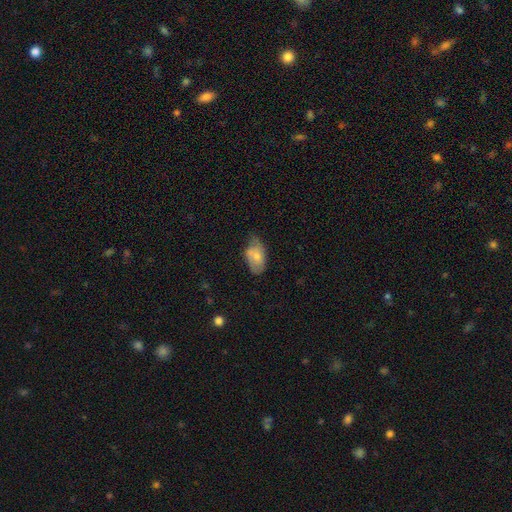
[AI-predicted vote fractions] smooth 66%, featured or disk 28%, star or artifact 7%. Down the decision tree: how rounded — in between (92%); merging — none (46%).